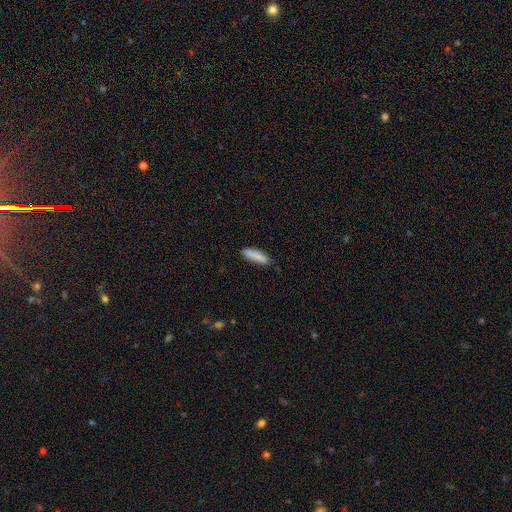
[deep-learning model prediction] Morphology: type=smooth (83%); roundness=cigar-shaped (62%); merging=none (76%).